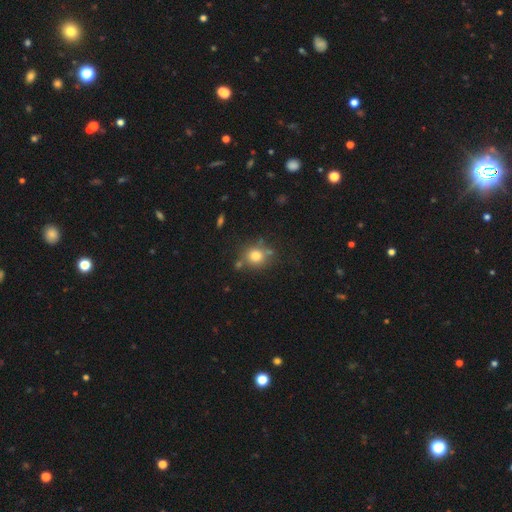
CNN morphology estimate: Smooth or featured? Predicted: smooth (p=0.78). How rounded? Predicted: round (p=0.81). Merging? Predicted: none (p=0.70).